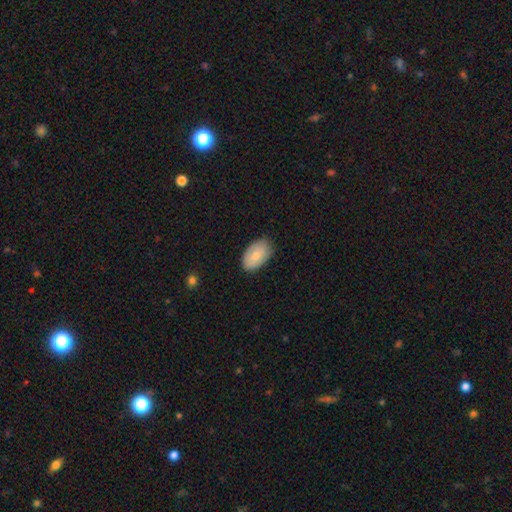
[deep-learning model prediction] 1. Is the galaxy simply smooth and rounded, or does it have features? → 77% smooth, 17% featured or disk, 6% star or artifact.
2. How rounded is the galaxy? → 93% in between, 6% round, 1% cigar-shaped.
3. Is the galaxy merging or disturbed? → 82% none, 14% minor disturbance, 3% major disturbance, 1% merger.